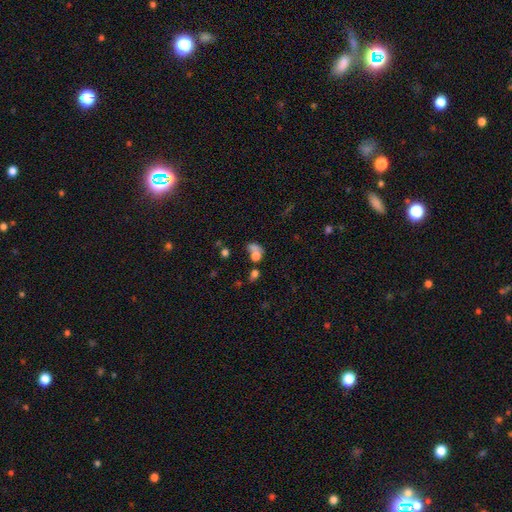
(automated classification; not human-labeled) Smooth or featured? Predicted: smooth (p=0.69). How rounded? Predicted: in between (p=0.56). Merging? Predicted: merger (p=0.46).